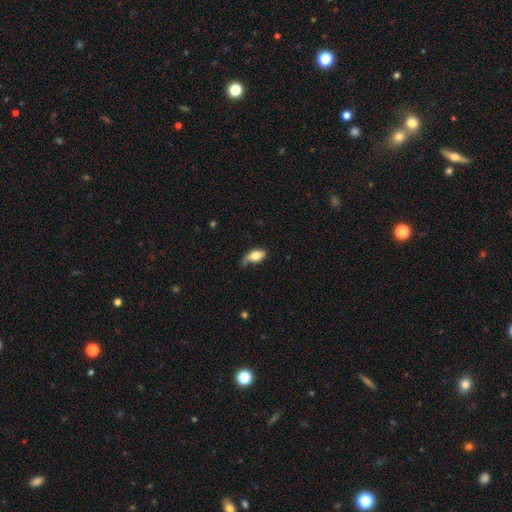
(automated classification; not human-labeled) smooth-or-featured: smooth: 70% | featured or disk: 23% | star or artifact: 7%
  how-rounded: in between: 86% | cigar-shaped: 8% | round: 6%
  merging: minor disturbance: 40% | none: 35% | major disturbance: 21% | merger: 4%